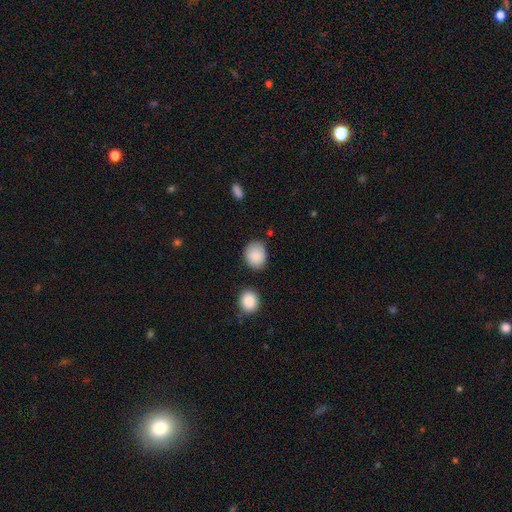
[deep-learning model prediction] The model was most divided on "how rounded": round: 63%, in between: 36%, cigar-shaped: 1%. More confident: smooth or featured — smooth (88%); merging — none (75%).